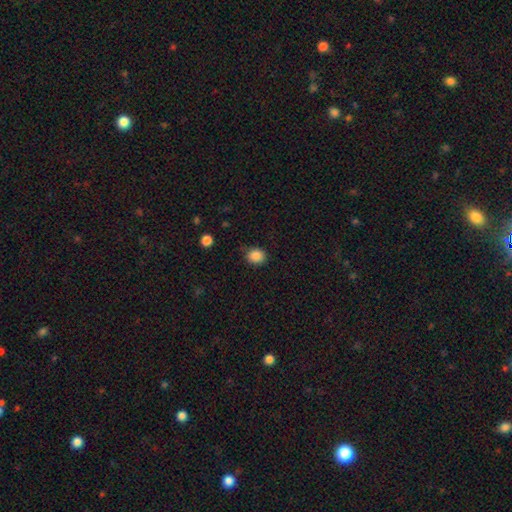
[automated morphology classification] A smooth galaxy with no disk features (86%) that is round (67%). Merging: none (79%).